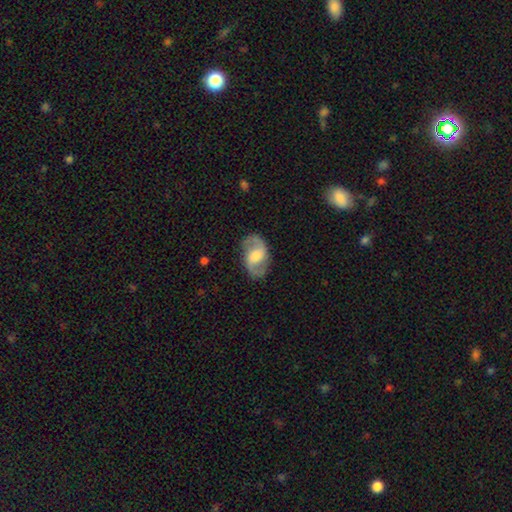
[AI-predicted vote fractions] Smooth or featured? Predicted: featured or disk (p=0.81). Edge-on disk? Predicted: no (p=0.97). Bar? Predicted: weak (p=0.49). Spiral arms? Predicted: yes (p=0.94). Spiral winding? Predicted: medium (p=0.48). Spiral arm count? Predicted: 2 (p=0.93). Bulge size? Predicted: moderate (p=0.55). Merging? Predicted: none (p=0.84).